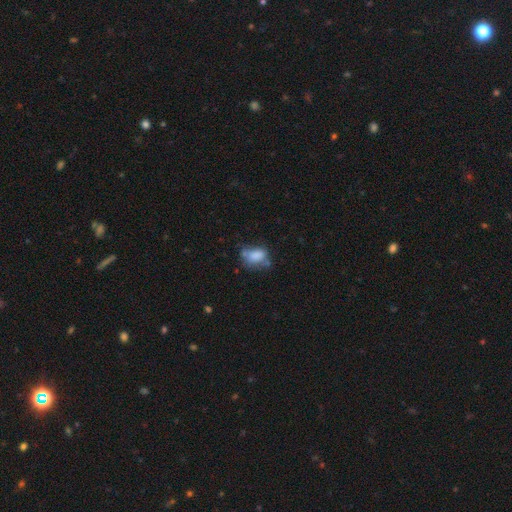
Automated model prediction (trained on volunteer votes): This appears to be a smooth galaxy with no disk features (75%) that is in between round and cigar-shaped (79%). Merging: none (41%).